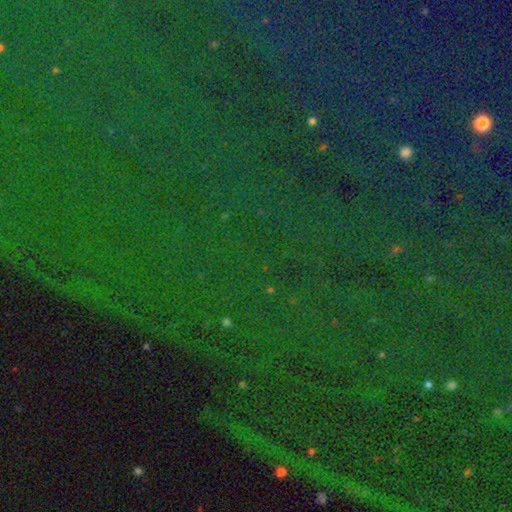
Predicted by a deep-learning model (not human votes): Smooth or featured? Predicted: star or artifact (p=0.81).